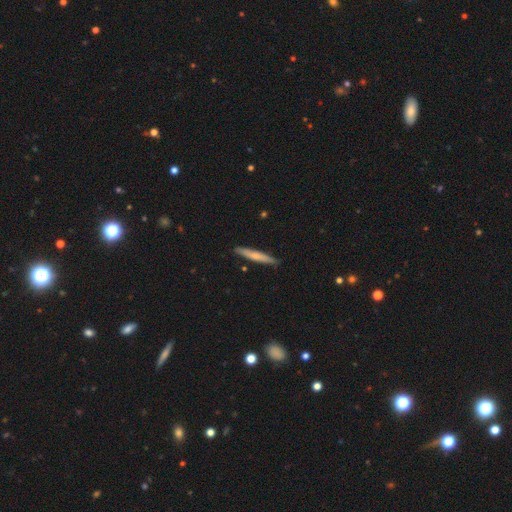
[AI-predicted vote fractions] Smooth or featured? smooth (62%)
How rounded? cigar-shaped (95%)
Merging? none (89%)